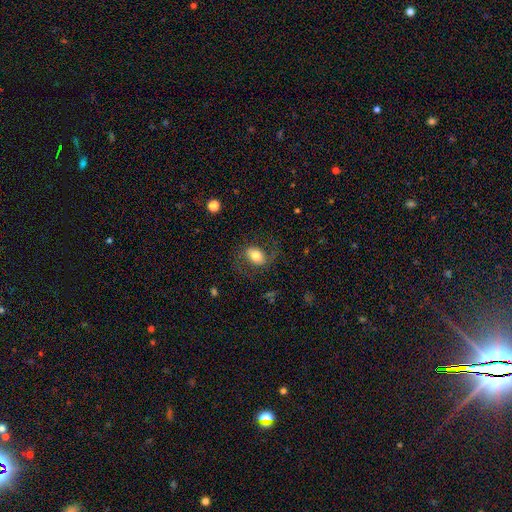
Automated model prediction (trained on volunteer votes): This appears to be a smooth galaxy with no disk features (62%) that is in between round and cigar-shaped (76%). Merging: none (67%).